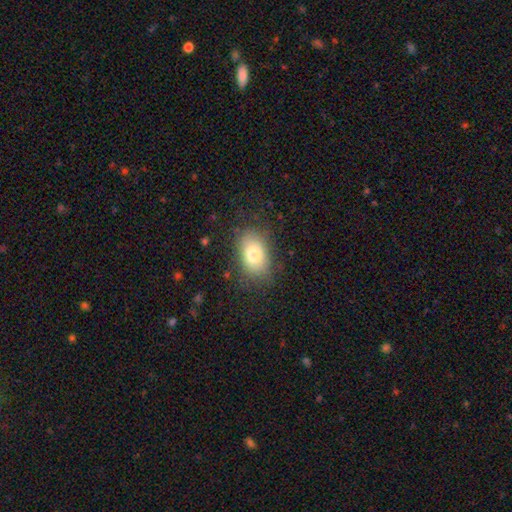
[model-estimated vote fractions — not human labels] smooth_or_featured: smooth (p=0.78) [alt: featured or disk p=0.13]
how_rounded: in between (p=0.86) [alt: round p=0.12]
merging: none (p=0.78) [alt: minor disturbance p=0.15]